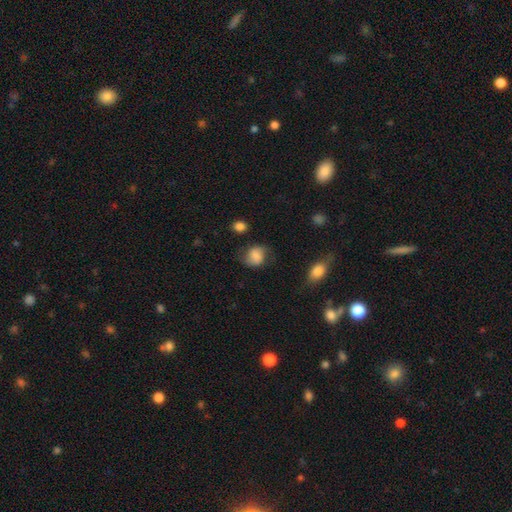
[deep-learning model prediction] smooth 71%, featured or disk 20%, star or artifact 9%. Down the decision tree: how rounded — round (60%); merging — none (63%).